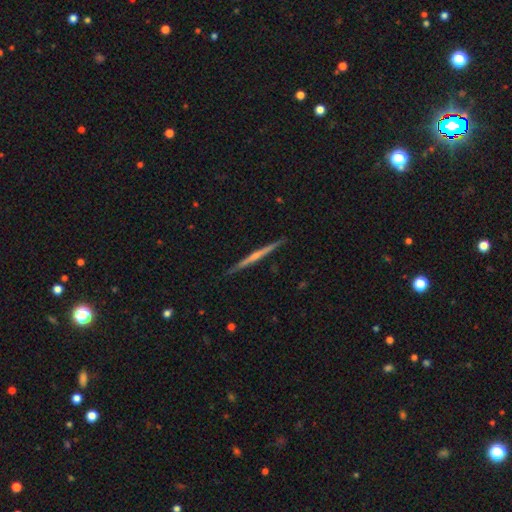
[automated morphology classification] A featured or disk galaxy (69%) viewed edge-on (97%) with a rounded central bulge (55%).

Vote fractions:
- Smooth or featured? featured or disk: 69% / smooth: 21% / star or artifact: 9%
- Edge-on disk? yes: 97% / no: 3%
- Edge-on bulge? rounded: 55% / none: 36% / boxy: 9%
- Merging? none: 90% / minor disturbance: 7% / major disturbance: 2% / merger: 1%